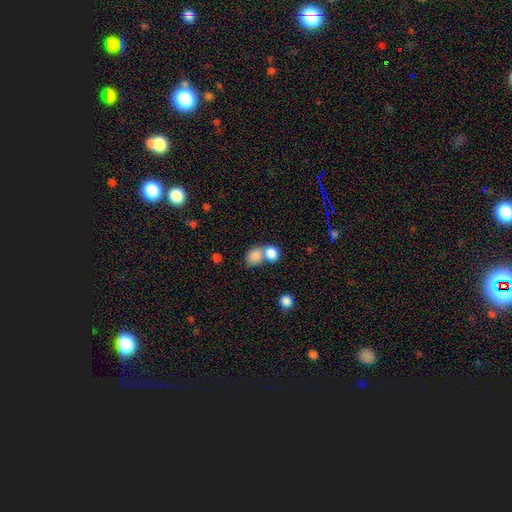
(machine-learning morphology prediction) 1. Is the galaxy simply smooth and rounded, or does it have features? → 83% smooth, 9% star or artifact, 8% featured or disk.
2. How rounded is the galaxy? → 52% round, 47% in between, 1% cigar-shaped.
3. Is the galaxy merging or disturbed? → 58% merger, 31% none, 7% minor disturbance, 4% major disturbance.